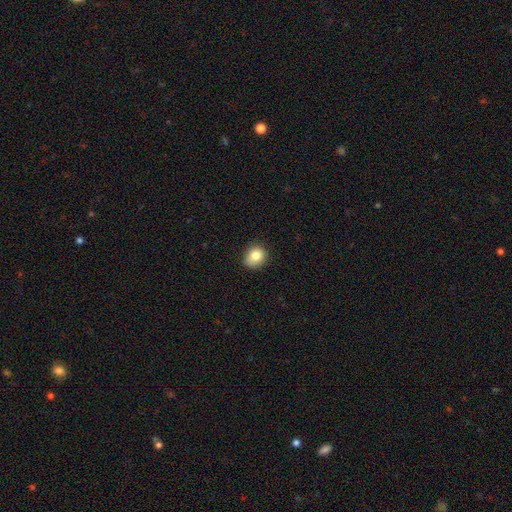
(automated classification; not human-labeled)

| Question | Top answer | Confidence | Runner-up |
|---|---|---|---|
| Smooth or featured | smooth | 82% | star or artifact (10%) |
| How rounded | round | 64% | in between (35%) |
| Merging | none | 78% | minor disturbance (18%) |